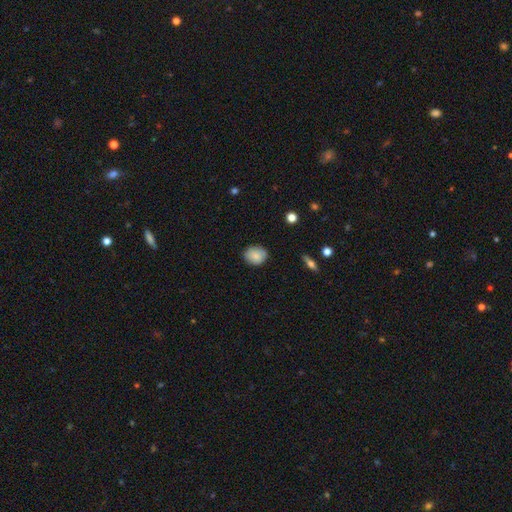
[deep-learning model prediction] Overall: smooth (85%). How rounded: round (53%; in between 46%). Merging: none (82%).